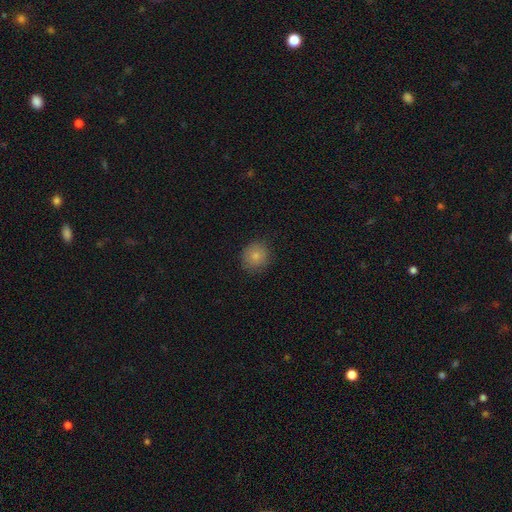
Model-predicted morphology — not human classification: Smooth or featured: smooth — 82% (star or artifact — 10%)
How rounded: round — 86% (in between — 13%)
Merging: none — 83% (minor disturbance — 13%)